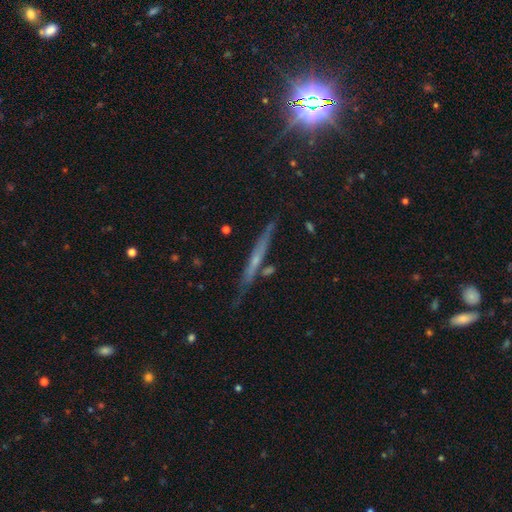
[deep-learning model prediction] Smooth or featured? Predicted: featured or disk (p=0.54). Edge-on disk? Predicted: yes (p=0.92). Edge-on bulge? Predicted: none (p=0.61). Merging? Predicted: none (p=0.81).